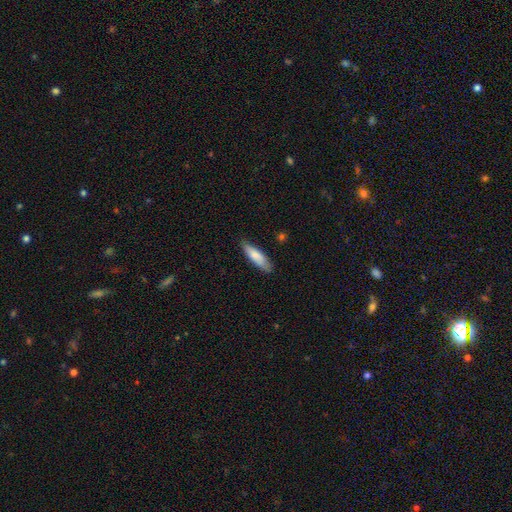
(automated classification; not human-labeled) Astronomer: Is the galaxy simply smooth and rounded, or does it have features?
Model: smooth — 80%.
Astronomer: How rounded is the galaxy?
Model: cigar-shaped — 63%.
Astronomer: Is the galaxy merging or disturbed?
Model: none — 81%.